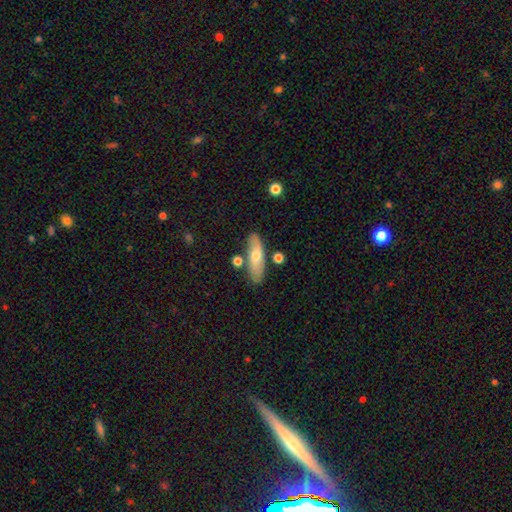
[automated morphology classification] Smooth or featured?
  - smooth: 59% *
  - featured or disk: 35%
  - star or artifact: 6%
How rounded?
  - in between: 53% *
  - cigar-shaped: 43%
  - round: 3%
Merging?
  - none: 77% *
  - minor disturbance: 13%
  - merger: 6%
  - major disturbance: 3%